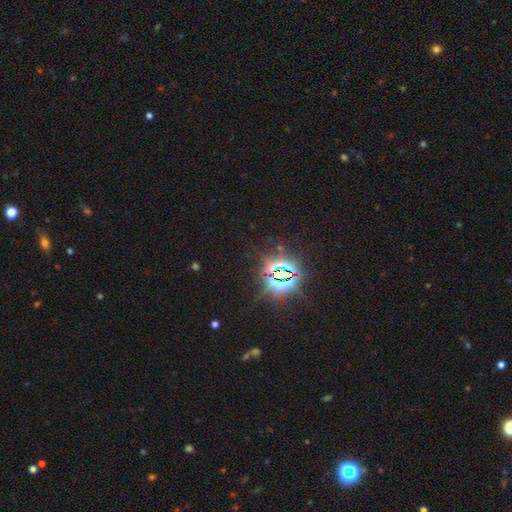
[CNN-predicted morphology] Overall: star or artifact (85%).